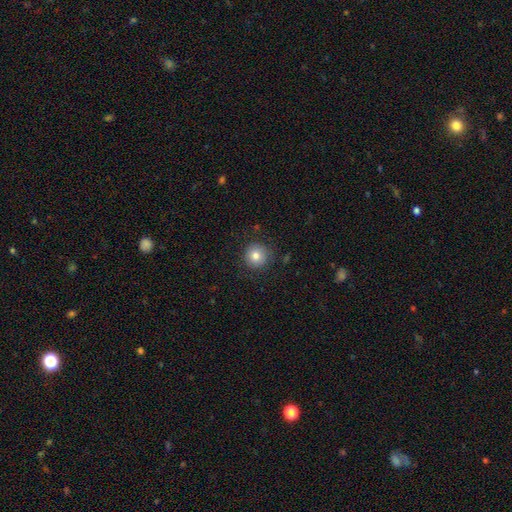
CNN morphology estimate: Smooth or featured: smooth — 80% (star or artifact — 11%)
How rounded: round — 95% (in between — 4%)
Merging: none — 88% (minor disturbance — 8%)